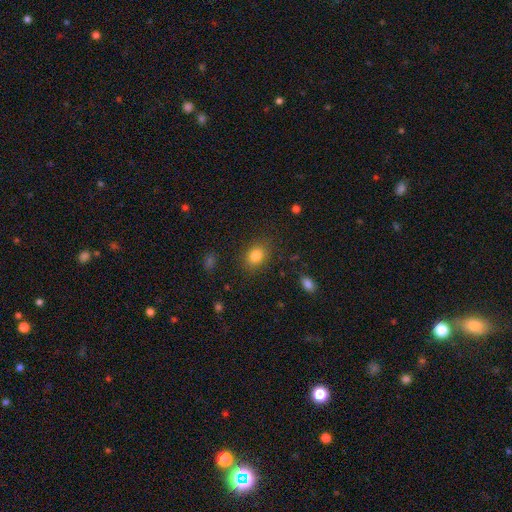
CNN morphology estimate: Q: Smooth or featured?
A: smooth (82%); runner-up: star or artifact (11%)
Q: How rounded?
A: in between (57%); runner-up: round (42%)
Q: Merging?
A: none (84%); runner-up: minor disturbance (11%)